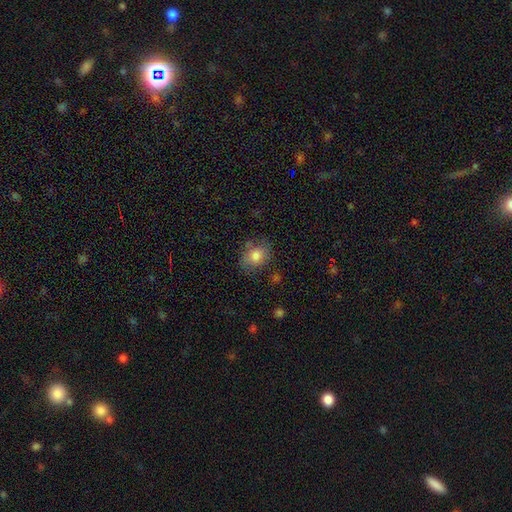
Smooth or featured? 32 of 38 (84%) said smooth. How rounded? 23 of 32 (72%) said round. Merging? 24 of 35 (69%) said none.